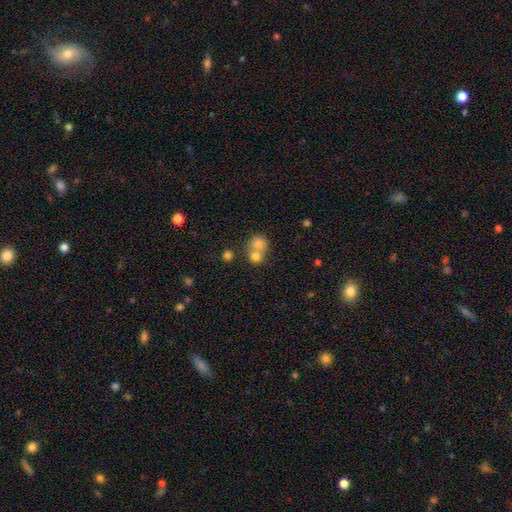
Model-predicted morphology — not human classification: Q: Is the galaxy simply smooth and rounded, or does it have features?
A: smooth — 75%.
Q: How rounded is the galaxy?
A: round — 80%.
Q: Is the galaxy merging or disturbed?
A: merger — 57%.